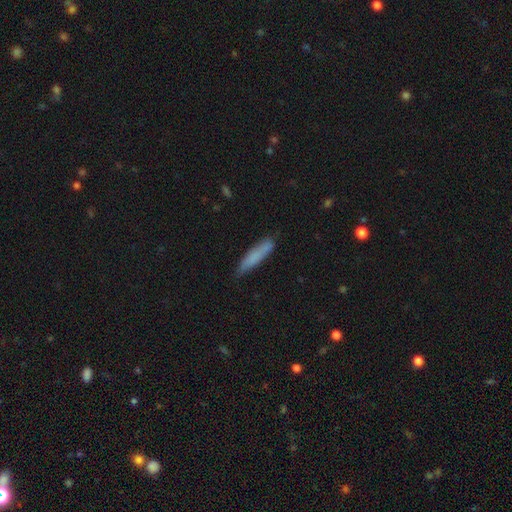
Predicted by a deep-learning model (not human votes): Smooth or featured?
  - smooth: 78% *
  - featured or disk: 16%
  - star or artifact: 6%
How rounded?
  - cigar-shaped: 87% *
  - in between: 12%
  - round: 1%
Merging?
  - none: 81% *
  - minor disturbance: 15%
  - major disturbance: 2%
  - merger: 1%